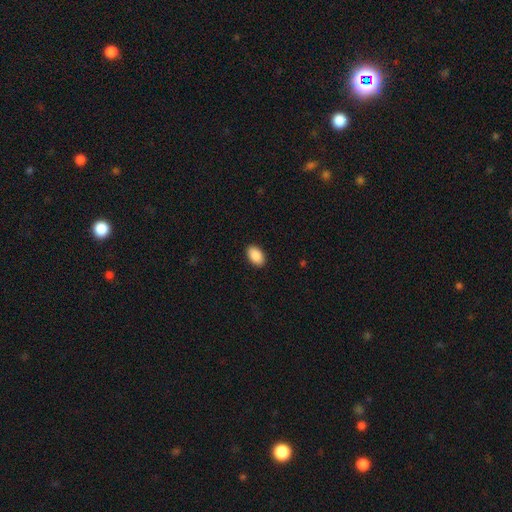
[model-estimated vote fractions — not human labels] Smooth or featured? Predicted: smooth (p=0.90). How rounded? Predicted: in between (p=0.93). Merging? Predicted: none (p=0.90).